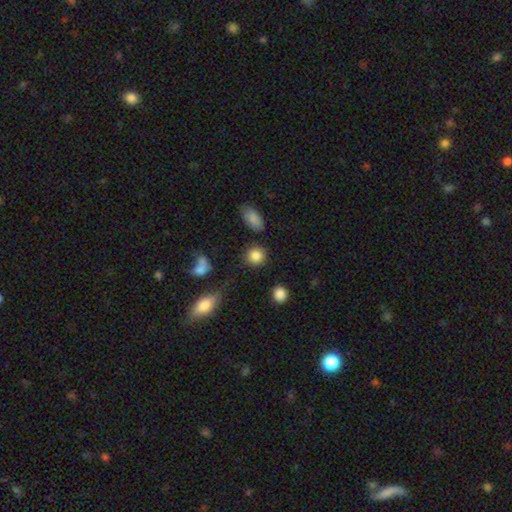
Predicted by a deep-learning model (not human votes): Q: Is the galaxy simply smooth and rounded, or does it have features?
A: smooth — 85%.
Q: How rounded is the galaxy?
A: round — 87%.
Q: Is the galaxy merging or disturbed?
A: none — 85%.